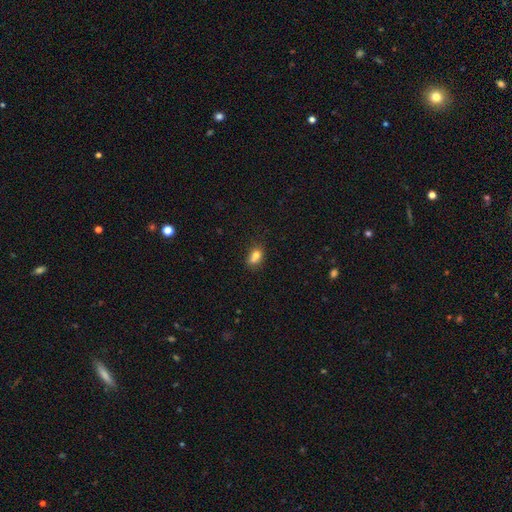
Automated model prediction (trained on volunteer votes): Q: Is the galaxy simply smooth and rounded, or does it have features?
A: smooth — 74%.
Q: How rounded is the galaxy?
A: in between — 57%.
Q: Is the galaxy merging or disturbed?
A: merger — 41%.